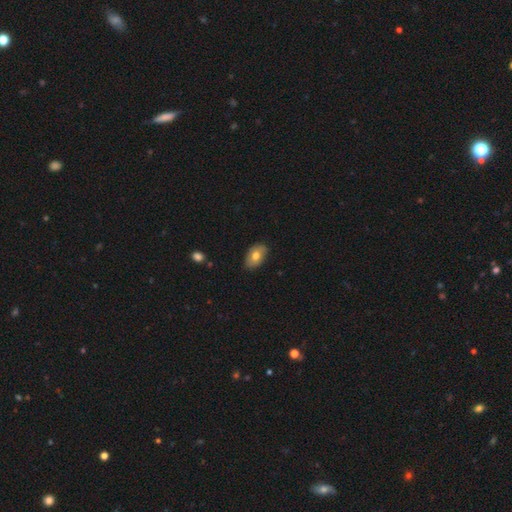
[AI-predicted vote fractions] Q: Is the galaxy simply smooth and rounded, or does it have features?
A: smooth — 72%.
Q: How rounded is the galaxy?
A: in between — 90%.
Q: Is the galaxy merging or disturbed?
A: none — 82%.